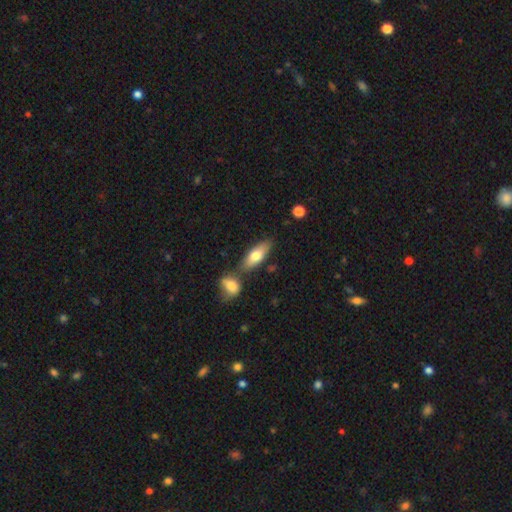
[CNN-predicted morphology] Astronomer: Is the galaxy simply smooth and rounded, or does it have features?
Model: smooth — 70%.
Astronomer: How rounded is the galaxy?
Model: in between — 70%.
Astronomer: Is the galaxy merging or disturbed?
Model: none — 64%.